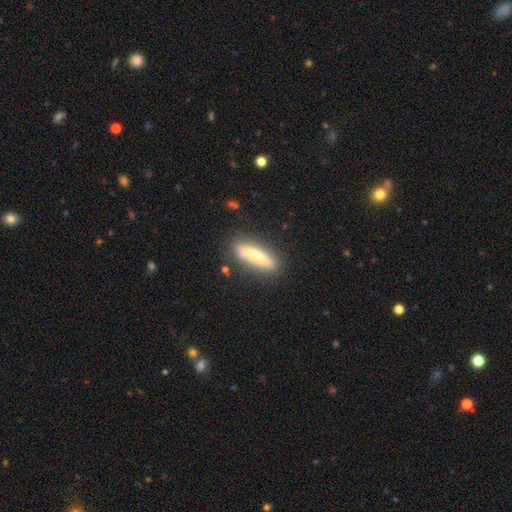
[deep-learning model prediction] A smooth galaxy with no disk features (50%). Merging: none (81%).